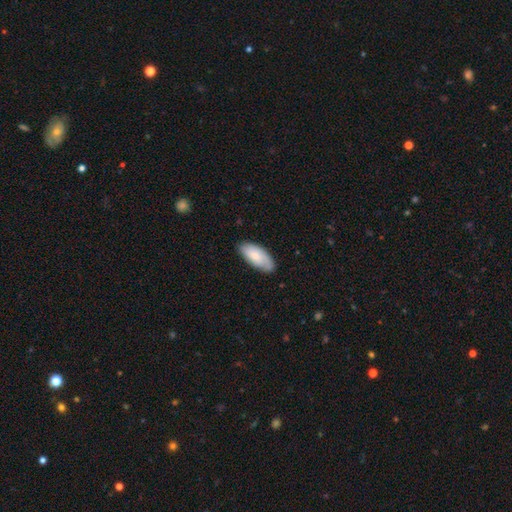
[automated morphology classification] Smooth or featured?
  - smooth: 74% *
  - featured or disk: 21%
  - star or artifact: 6%
How rounded?
  - in between: 88% *
  - cigar-shaped: 10%
  - round: 2%
Merging?
  - none: 77% *
  - minor disturbance: 19%
  - major disturbance: 3%
  - merger: 1%